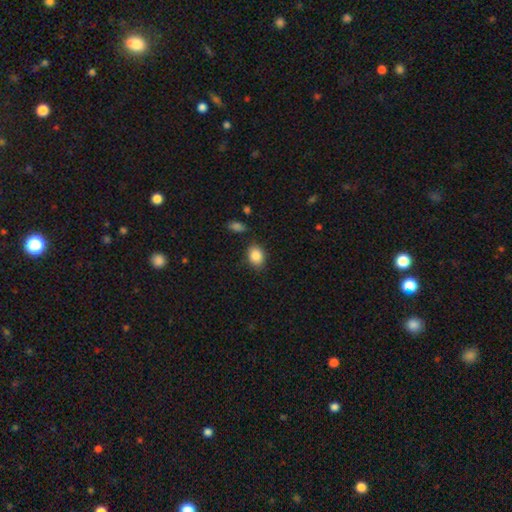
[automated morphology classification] Q: Smooth or featured?
A: smooth (87%); runner-up: star or artifact (8%)
Q: How rounded?
A: in between (66%); runner-up: round (32%)
Q: Merging?
A: none (80%); runner-up: minor disturbance (14%)